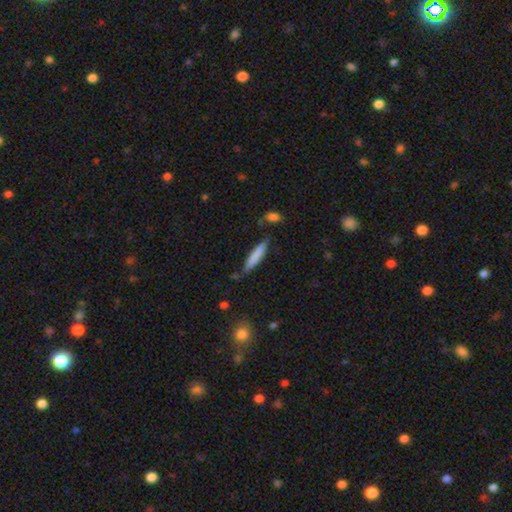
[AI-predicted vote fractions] smooth_or_featured: smooth (p=0.80) [alt: featured or disk p=0.14]
how_rounded: cigar-shaped (p=0.87) [alt: in between p=0.12]
merging: none (p=0.77) [alt: minor disturbance p=0.15]